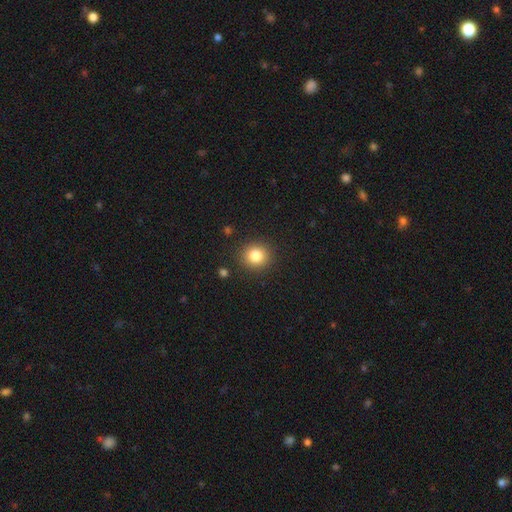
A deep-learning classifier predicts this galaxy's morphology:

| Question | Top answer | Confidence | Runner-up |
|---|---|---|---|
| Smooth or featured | smooth | 83% | star or artifact (11%) |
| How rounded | round | 86% | in between (13%) |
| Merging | none | 89% | minor disturbance (7%) |